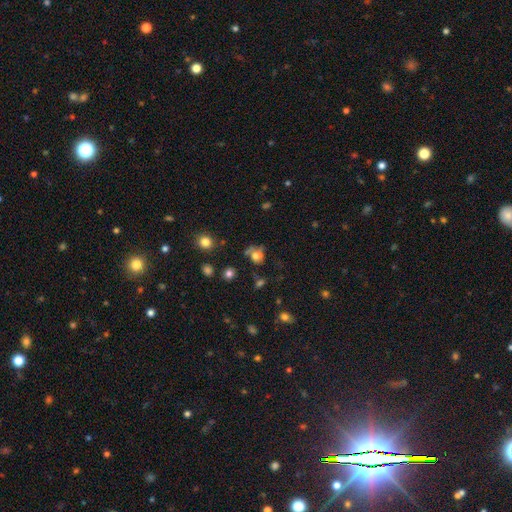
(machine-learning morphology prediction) Q: Smooth or featured?
A: smooth (64%); runner-up: featured or disk (20%)
Q: How rounded?
A: round (66%); runner-up: in between (33%)
Q: Merging?
A: none (44%); runner-up: minor disturbance (24%)